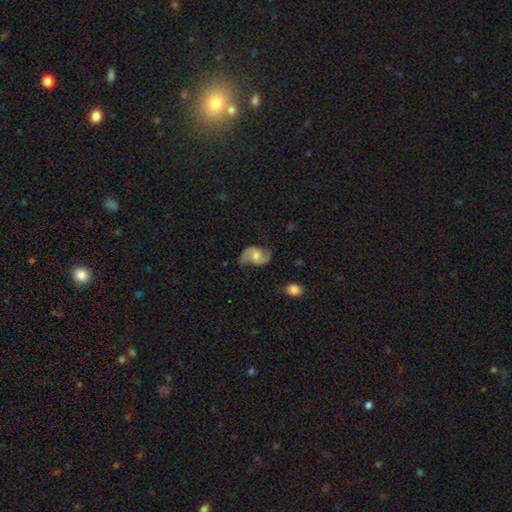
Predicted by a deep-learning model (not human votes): Smooth or featured: featured or disk — 64% (smooth — 28%)
Edge-on disk: no — 97% (yes — 3%)
Bar: no — 55% (weak — 37%)
Spiral arms: yes — 90% (no — 10%)
Spiral winding: loose — 49% (medium — 38%)
Spiral arm count: 2 — 90% (can't tell — 5%)
Bulge size: moderate — 55% (small — 28%)
Merging: none — 65% (minor disturbance — 24%)